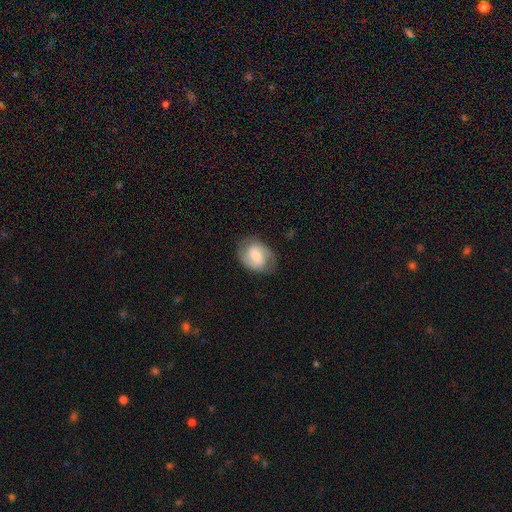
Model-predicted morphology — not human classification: Smooth or featured?
  - featured or disk: 57% *
  - smooth: 36%
  - star or artifact: 7%
Edge-on disk?
  - no: 96% *
  - yes: 4%
Bar?
  - weak: 49% *
  - no: 32%
  - strong: 20%
Spiral arms?
  - yes: 87% *
  - no: 13%
Bulge size?
  - moderate: 50% *
  - small: 34%
  - large: 10%
  - none: 4%
  - dominant: 2%
Merging?
  - none: 75% *
  - minor disturbance: 17%
  - major disturbance: 6%
  - merger: 1%